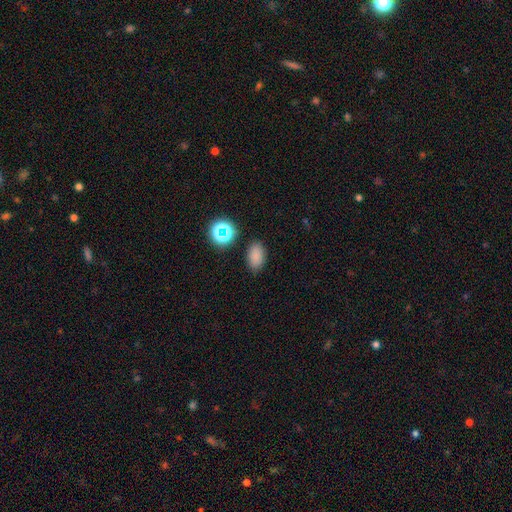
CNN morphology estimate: Smooth or featured? Predicted: smooth (p=0.80). How rounded? Predicted: in between (p=0.89). Merging? Predicted: none (p=0.85).